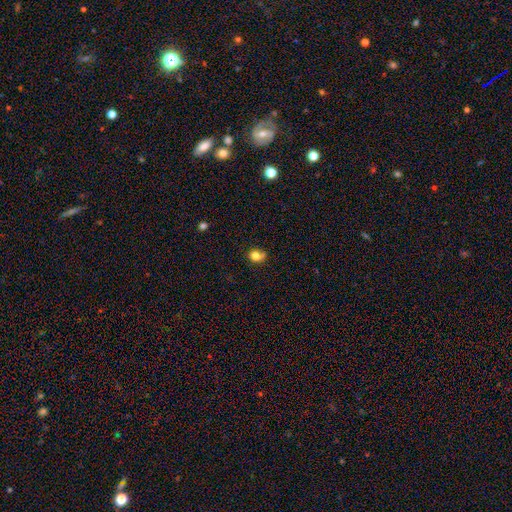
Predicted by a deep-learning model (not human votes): Morphology: type=smooth (79%); roundness=round (55%); merging=none (53%).